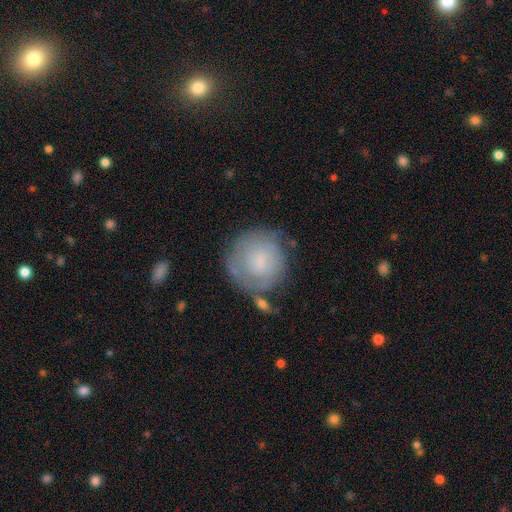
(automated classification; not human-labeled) Smooth or featured? Predicted: featured or disk (p=0.45). Merging? Predicted: none (p=0.73).